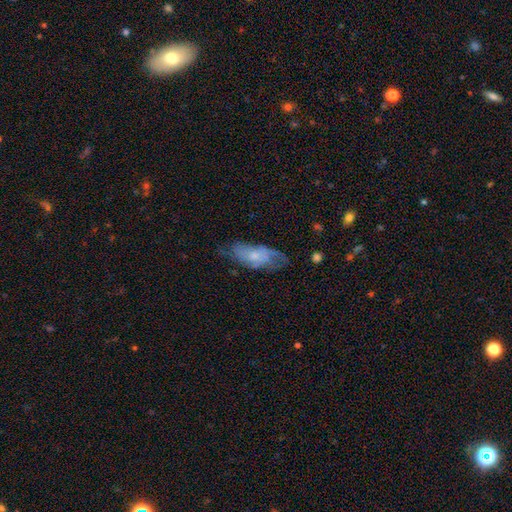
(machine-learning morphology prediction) This appears to be a featured or disk galaxy (50%). Merging: none (51%).